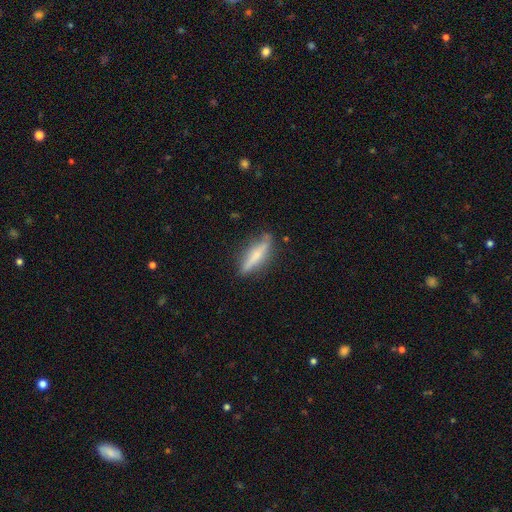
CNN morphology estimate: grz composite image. It shows a featured or disk galaxy (49%). Merging: none (80%).